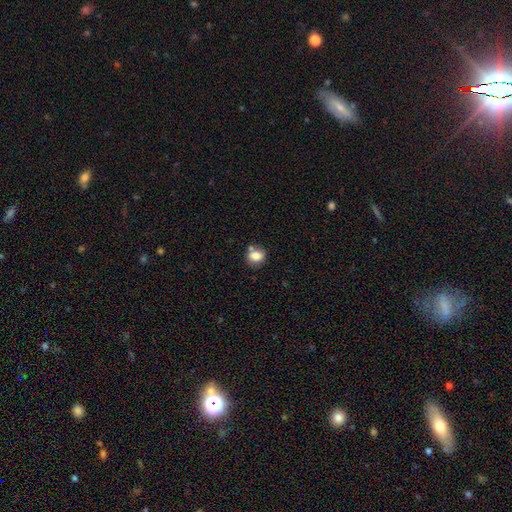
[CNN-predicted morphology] This appears to be a smooth galaxy with no disk features (81%) that is round (65%). Merging: none (65%).